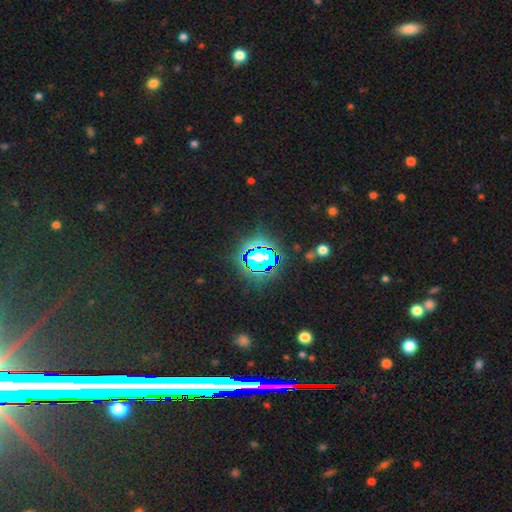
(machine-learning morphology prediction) The model was most divided on "smooth or featured": star or artifact: 75%, smooth: 15%, featured or disk: 11%.